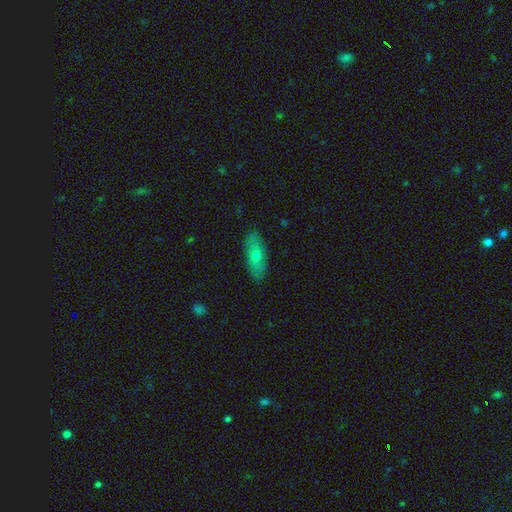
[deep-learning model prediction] smooth 63%, featured or disk 30%, star or artifact 7%. Down the decision tree: how rounded — in between (60%); merging — none (87%).